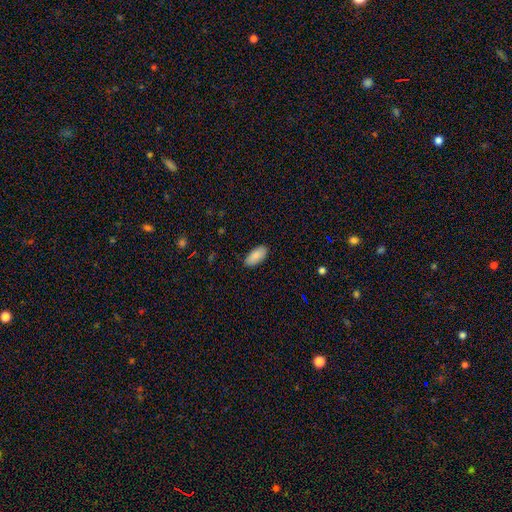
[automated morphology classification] smooth-or-featured: smooth: 88% | star or artifact: 6% | featured or disk: 6%
  how-rounded: in between: 92% | cigar-shaped: 6% | round: 2%
  merging: none: 86% | minor disturbance: 11% | major disturbance: 2% | merger: 1%